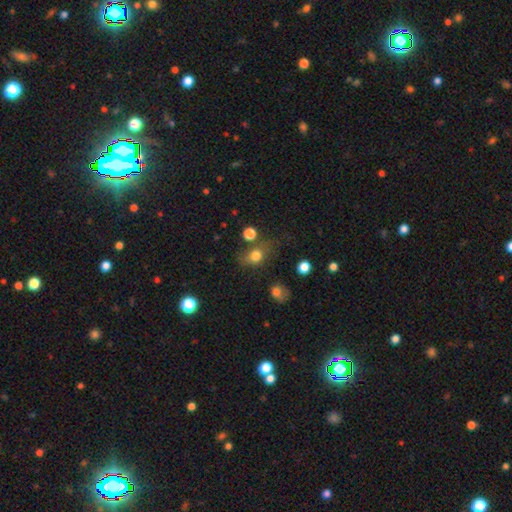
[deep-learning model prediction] Smooth or featured: smooth — 75% (star or artifact — 13%)
How rounded: in between — 53% (round — 44%)
Merging: none — 57% (minor disturbance — 22%)